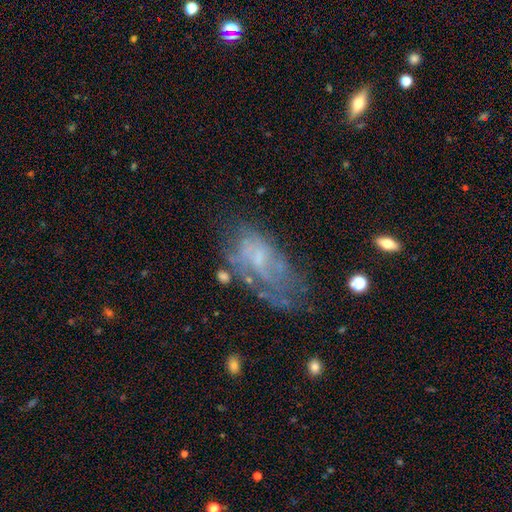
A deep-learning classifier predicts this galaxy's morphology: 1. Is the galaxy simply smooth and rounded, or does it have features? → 53% featured or disk, 32% smooth, 16% star or artifact.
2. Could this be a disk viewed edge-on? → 92% no, 8% yes.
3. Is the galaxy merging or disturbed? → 42% none, 26% minor disturbance, 26% major disturbance, 6% merger.